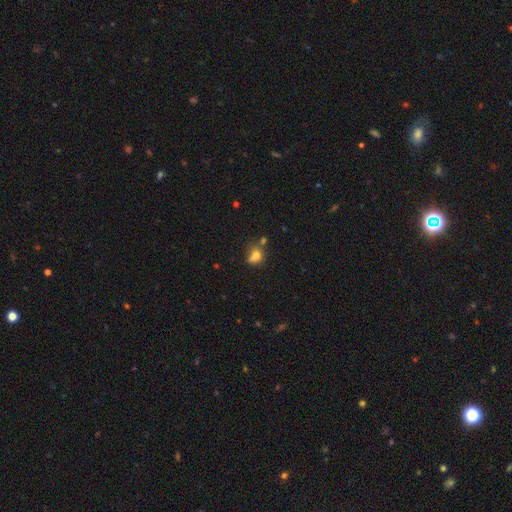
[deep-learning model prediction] smooth-or-featured: smooth: 73% | star or artifact: 14% | featured or disk: 13%
  how-rounded: round: 54% | in between: 44% | cigar-shaped: 2%
  merging: none: 43% | minor disturbance: 25% | merger: 20% | major disturbance: 13%